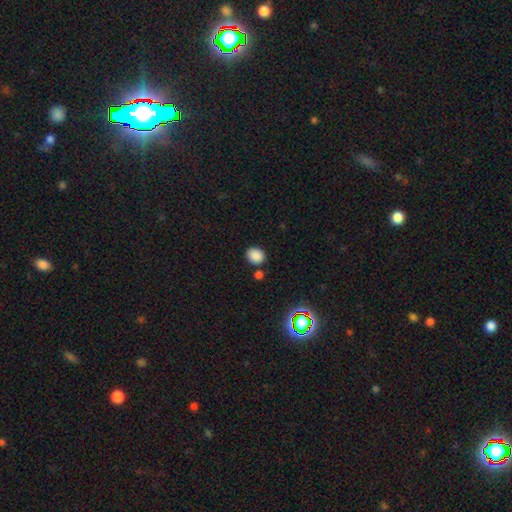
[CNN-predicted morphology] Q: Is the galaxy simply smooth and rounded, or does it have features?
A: smooth — 85%.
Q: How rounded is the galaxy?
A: round — 62%.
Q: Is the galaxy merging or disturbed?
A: none — 82%.